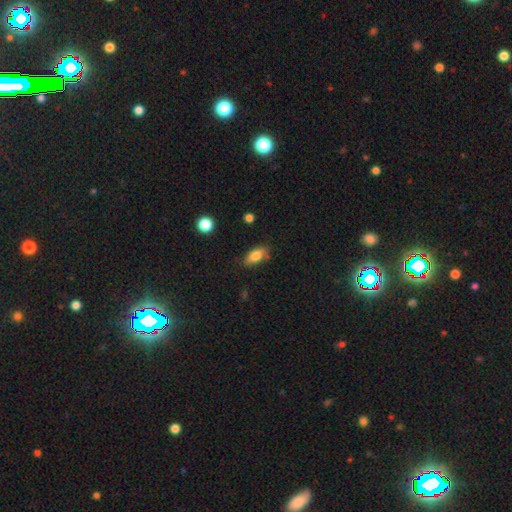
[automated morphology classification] Smooth or featured?
  - smooth: 79% *
  - featured or disk: 13%
  - star or artifact: 8%
How rounded?
  - in between: 85% *
  - cigar-shaped: 11%
  - round: 4%
Merging?
  - none: 78% *
  - minor disturbance: 16%
  - major disturbance: 3%
  - merger: 3%